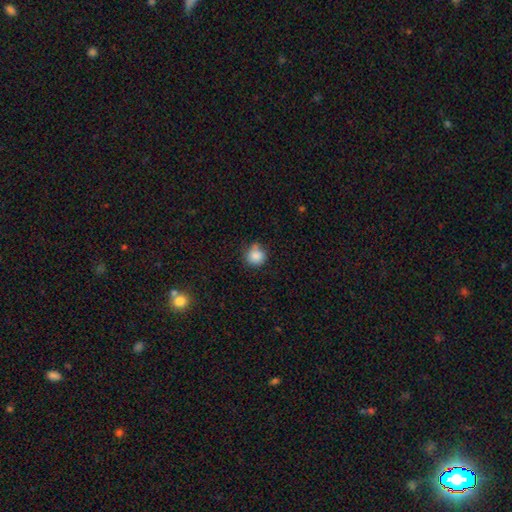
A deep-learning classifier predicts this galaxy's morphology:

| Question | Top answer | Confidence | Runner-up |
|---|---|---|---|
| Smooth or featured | smooth | 85% | star or artifact (10%) |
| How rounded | round | 89% | in between (10%) |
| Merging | none | 67% | minor disturbance (21%) |